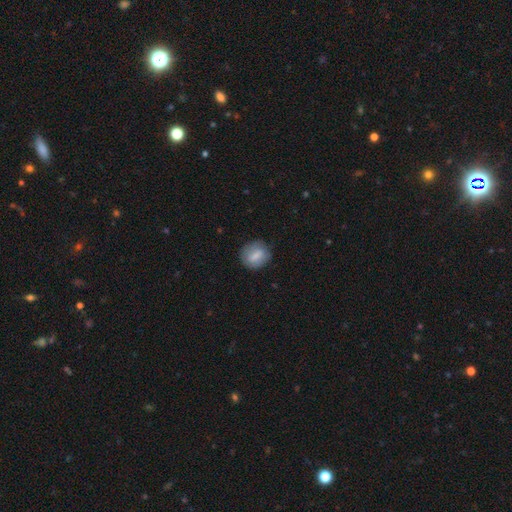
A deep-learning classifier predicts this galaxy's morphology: A smooth galaxy with no disk features (72%) that is round (69%).

Vote fractions:
- Smooth or featured? smooth: 72% / featured or disk: 20% / star or artifact: 7%
- How rounded? round: 69% / in between: 29% / cigar-shaped: 2%
- Merging? none: 78% / minor disturbance: 16% / major disturbance: 5% / merger: 1%